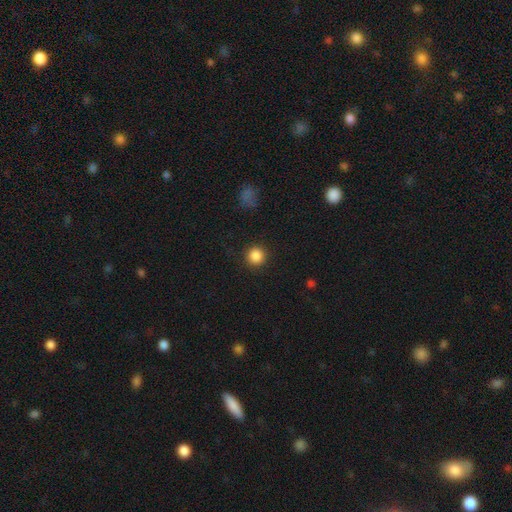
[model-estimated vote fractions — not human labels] smooth-or-featured: smooth: 87% | star or artifact: 10% | featured or disk: 3%
  how-rounded: round: 94% | in between: 5% | cigar-shaped: 1%
  merging: none: 90% | minor disturbance: 6% | major disturbance: 3% | merger: 1%